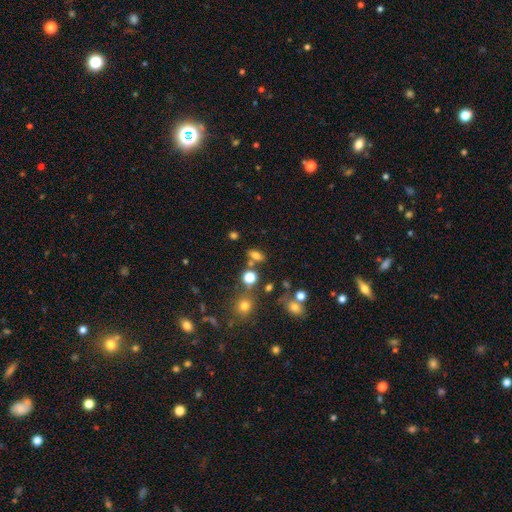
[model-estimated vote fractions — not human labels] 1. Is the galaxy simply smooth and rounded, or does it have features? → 73% smooth, 16% star or artifact, 11% featured or disk.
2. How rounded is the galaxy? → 78% in between, 15% round, 7% cigar-shaped.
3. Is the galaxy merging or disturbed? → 69% none, 14% merger, 12% minor disturbance, 5% major disturbance.